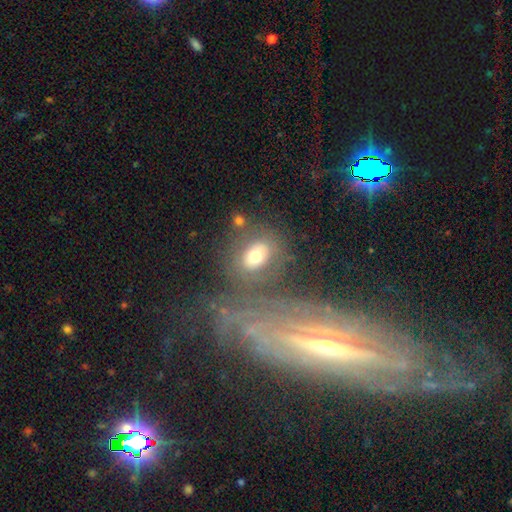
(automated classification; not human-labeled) This appears to be a smooth galaxy with no disk features (55%) that is in between round and cigar-shaped (52%). Merging: none (64%).